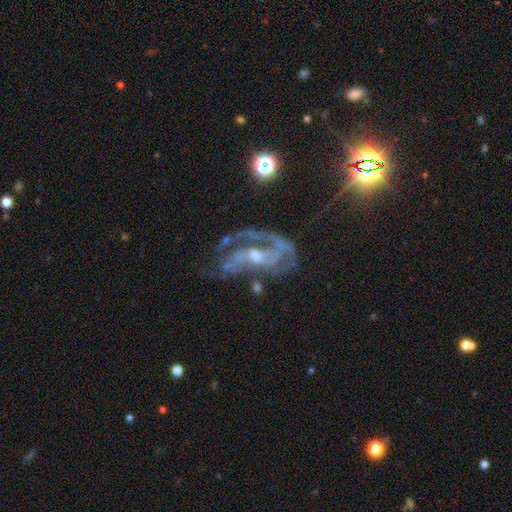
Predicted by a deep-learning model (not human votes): Smooth or featured?
  - featured or disk: 82% *
  - star or artifact: 12%
  - smooth: 6%
Edge-on disk?
  - no: 96% *
  - yes: 4%
Bar?
  - no: 43% *
  - weak: 39%
  - strong: 18%
Spiral arms?
  - yes: 92% *
  - no: 8%
Spiral winding?
  - medium: 49% *
  - tight: 29%
  - loose: 22%
Spiral arm count?
  - 2: 53% *
  - can't tell: 17%
  - 3: 12%
  - 1: 10%
  - 4: 4%
  - more than 4: 4%
Bulge size?
  - small: 57% *
  - moderate: 35%
  - none: 5%
  - large: 2%
  - dominant: 1%
Merging?
  - none: 43% *
  - major disturbance: 31%
  - minor disturbance: 19%
  - merger: 7%